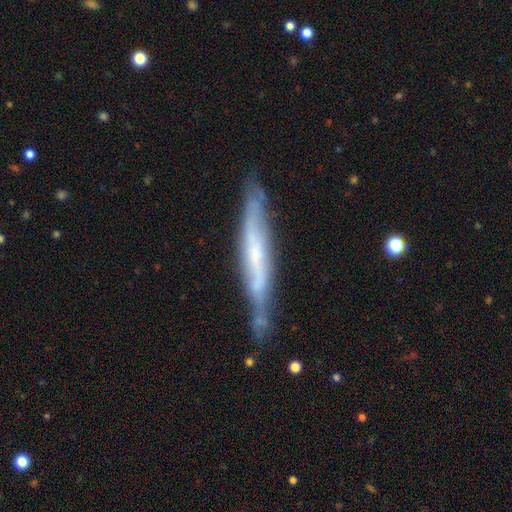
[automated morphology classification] featured or disk 65%, smooth 29%, star or artifact 6%. Down the decision tree: edge-on disk — yes (81%); edge-on bulge — none (62%); merging — none (68%).